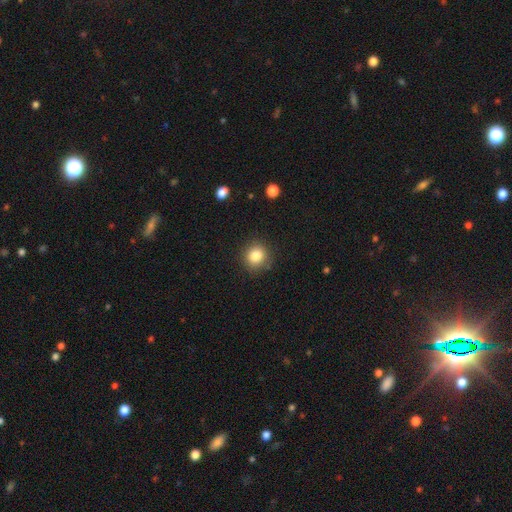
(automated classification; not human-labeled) smooth 84%, star or artifact 10%, featured or disk 6%. Down the decision tree: how rounded — round (85%); merging — none (87%).